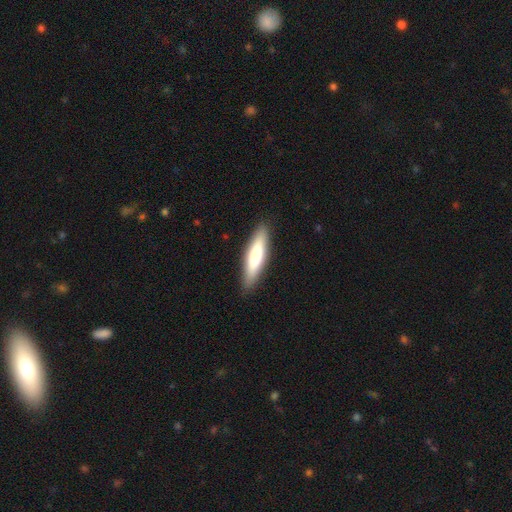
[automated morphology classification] A smooth galaxy with no disk features (71%) that is cigar-shaped (72%). Merging: none (89%).